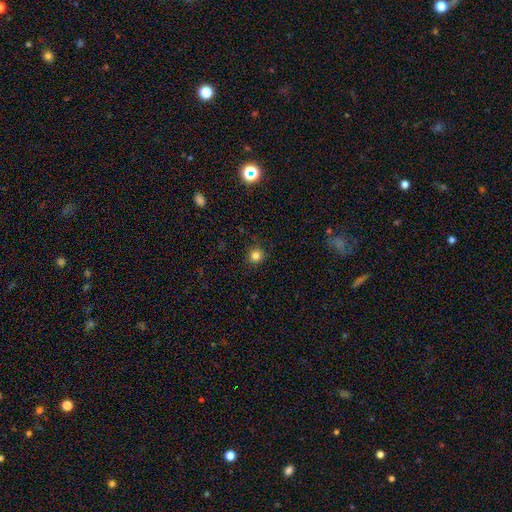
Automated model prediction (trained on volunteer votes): A smooth galaxy with no disk features (82%) that is round (92%). Merging: none (90%).